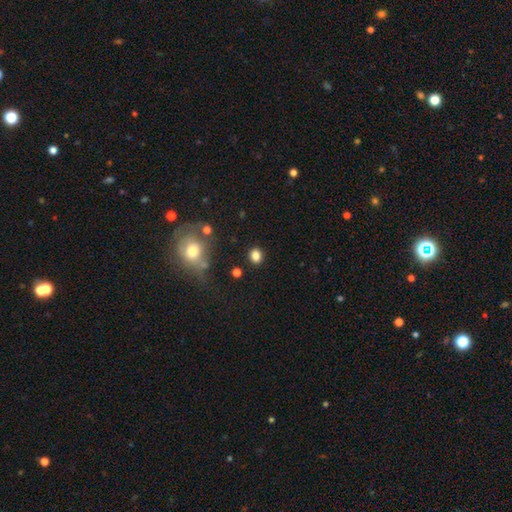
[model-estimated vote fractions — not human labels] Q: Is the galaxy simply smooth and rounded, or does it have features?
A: smooth — 83%.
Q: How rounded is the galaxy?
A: round — 65%.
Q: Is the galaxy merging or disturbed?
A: none — 87%.